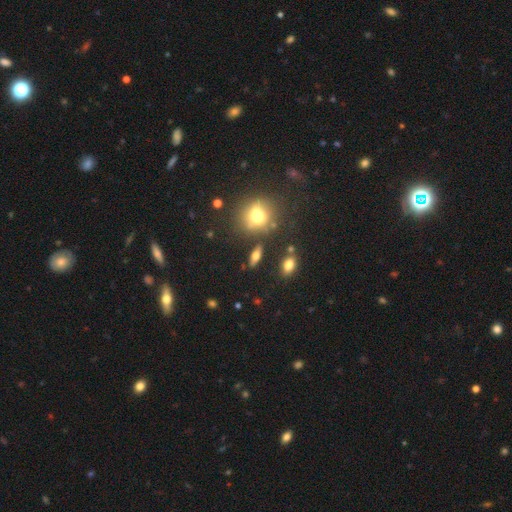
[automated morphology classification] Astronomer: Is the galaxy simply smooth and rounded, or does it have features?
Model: smooth — 49% (runner-up: featured or disk, 38%).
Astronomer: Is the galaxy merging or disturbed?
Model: none — 81%.